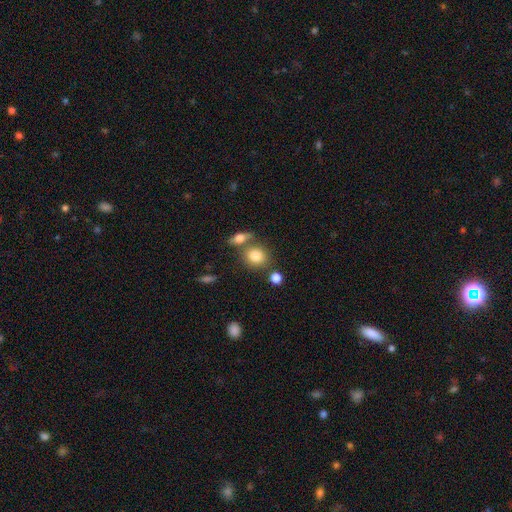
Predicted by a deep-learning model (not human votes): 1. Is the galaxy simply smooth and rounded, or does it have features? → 80% smooth, 10% featured or disk, 10% star or artifact.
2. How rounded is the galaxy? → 72% round, 26% in between, 2% cigar-shaped.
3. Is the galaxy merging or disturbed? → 65% none, 21% merger, 11% minor disturbance, 4% major disturbance.